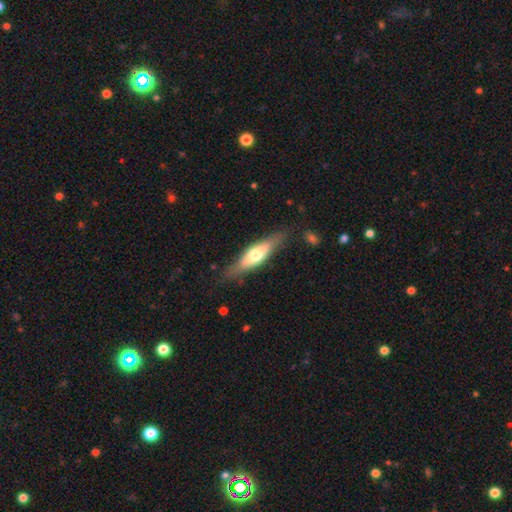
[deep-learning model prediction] Smooth or featured? Predicted: featured or disk (p=0.53). Edge-on disk? Predicted: yes (p=0.84). Merging? Predicted: none (p=0.81).